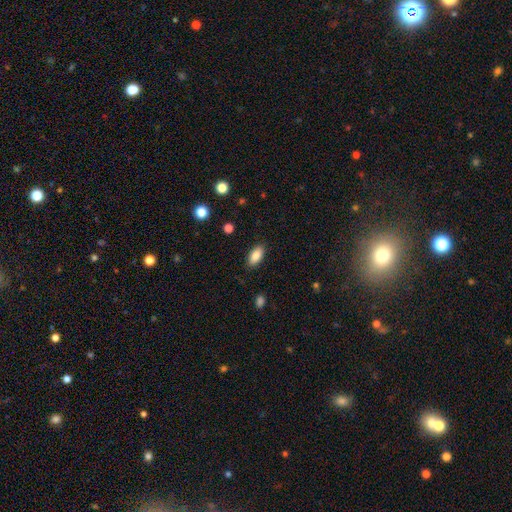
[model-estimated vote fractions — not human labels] smooth-or-featured: smooth: 87% | star or artifact: 7% | featured or disk: 6%
  how-rounded: in between: 91% | cigar-shaped: 6% | round: 3%
  merging: none: 87% | minor disturbance: 9% | major disturbance: 2% | merger: 1%